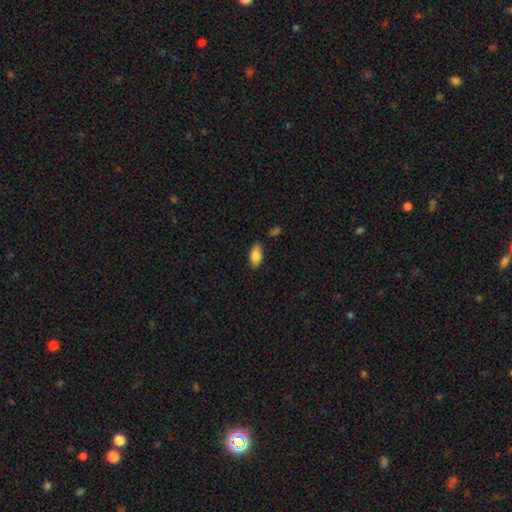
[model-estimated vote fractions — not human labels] smooth 85%, featured or disk 8%, star or artifact 7%. Down the decision tree: how rounded — in between (92%); merging — none (83%).